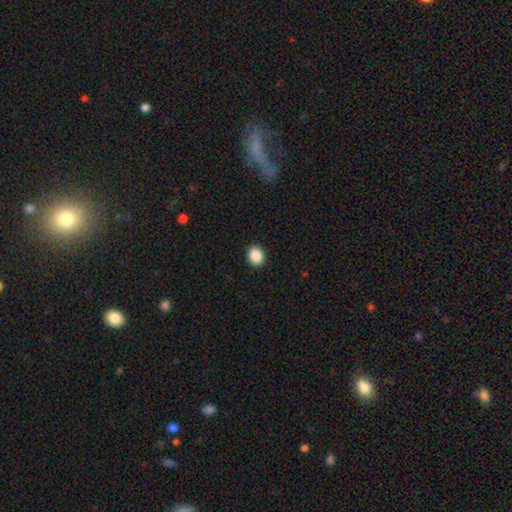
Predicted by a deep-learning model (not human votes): Overall: smooth (89%). How rounded: in between (52%; round 47%). Merging: none (91%).